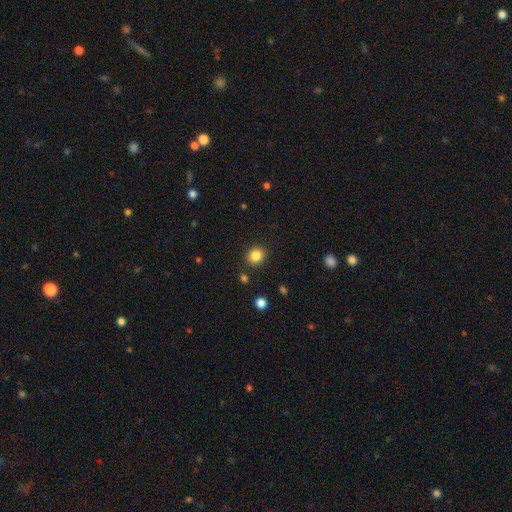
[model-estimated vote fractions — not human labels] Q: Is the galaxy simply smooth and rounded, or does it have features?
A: smooth — 84%.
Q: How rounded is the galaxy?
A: round — 78%.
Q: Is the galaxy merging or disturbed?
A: none — 88%.